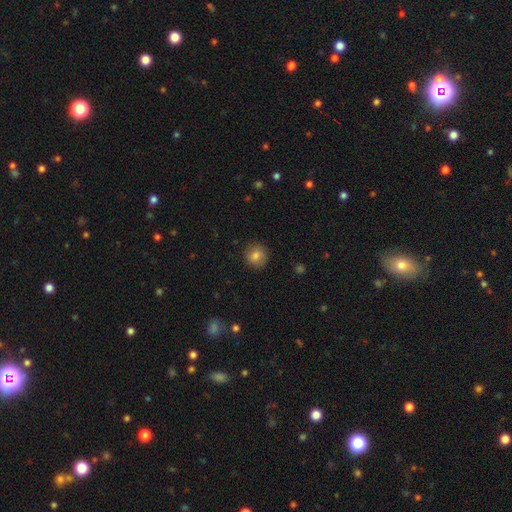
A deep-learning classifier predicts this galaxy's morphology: Smooth or featured?
  - smooth: 82% *
  - star or artifact: 10%
  - featured or disk: 8%
How rounded?
  - round: 89% *
  - in between: 10%
  - cigar-shaped: 1%
Merging?
  - none: 88% *
  - minor disturbance: 9%
  - major disturbance: 2%
  - merger: 1%